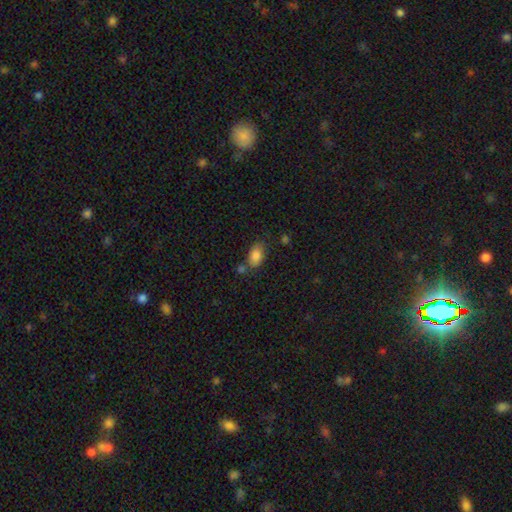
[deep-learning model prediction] smooth 85%, star or artifact 8%, featured or disk 7%. Down the decision tree: how rounded — in between (90%); merging — none (60%).